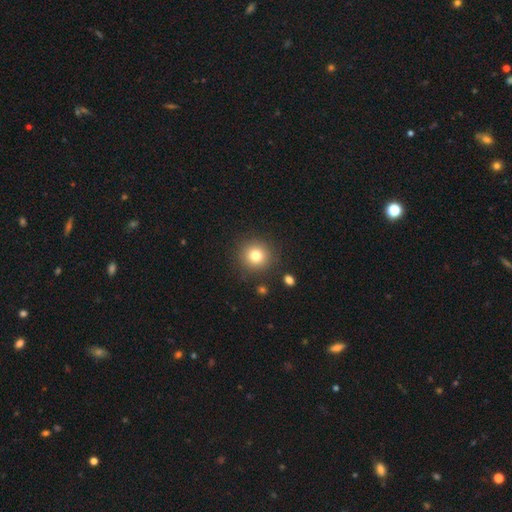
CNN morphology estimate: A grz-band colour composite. It shows a smooth galaxy with no disk features (79%) that is round (94%). Merging: none (88%).